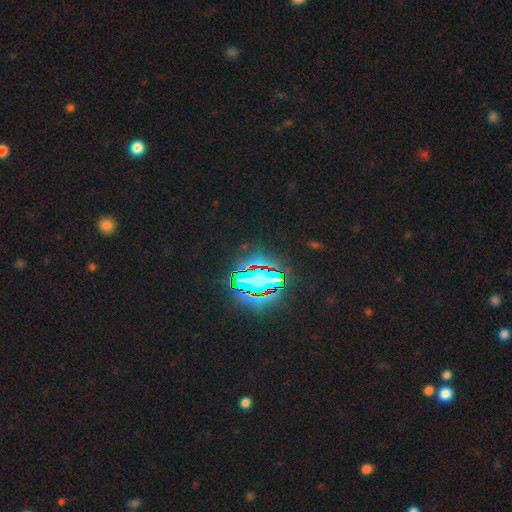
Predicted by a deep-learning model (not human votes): Morphology: type=star or artifact (82%).